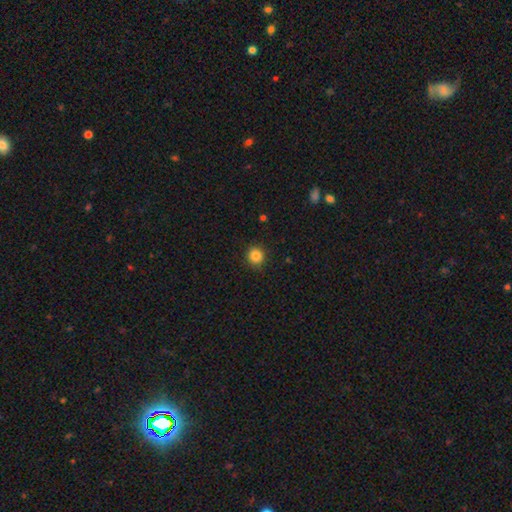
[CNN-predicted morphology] The model was most divided on "smooth or featured": smooth: 85%, star or artifact: 11%, featured or disk: 4%. More confident: how rounded — round (92%); merging — none (90%).